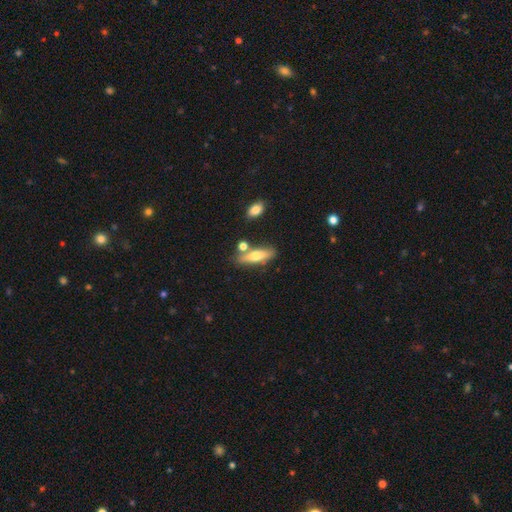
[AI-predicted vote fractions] The model was most divided on "how rounded": cigar-shaped: 58%, in between: 38%, round: 3%. More confident: merging — none (70%); smooth or featured — smooth (61%).